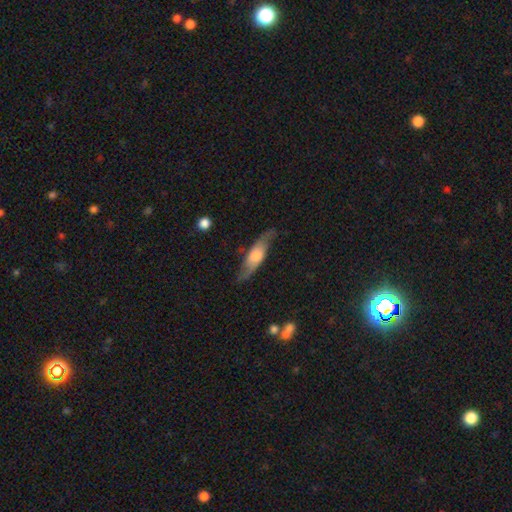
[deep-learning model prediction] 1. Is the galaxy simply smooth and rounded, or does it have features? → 55% featured or disk, 39% smooth, 6% star or artifact.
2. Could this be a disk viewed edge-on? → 53% yes, 47% no.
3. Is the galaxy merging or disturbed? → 76% none, 17% minor disturbance, 6% major disturbance, 2% merger.